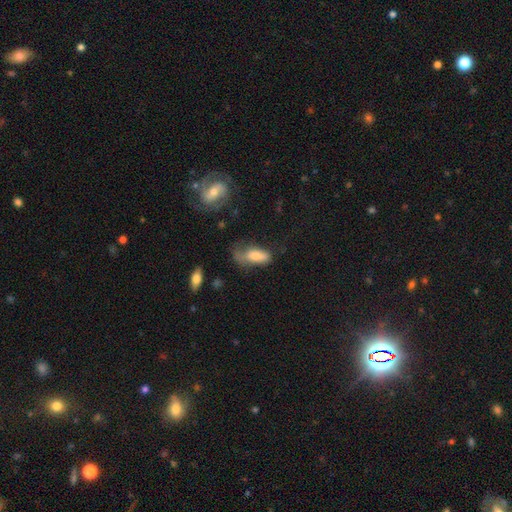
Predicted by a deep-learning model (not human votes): A smooth galaxy with no disk features (72%) that is in between round and cigar-shaped (75%). Merging: none (36%).